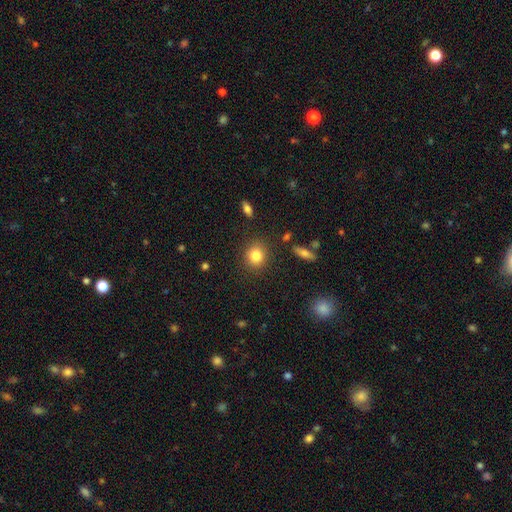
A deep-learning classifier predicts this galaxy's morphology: The model was most divided on "how rounded": round: 78%, in between: 21%, cigar-shaped: 1%. More confident: merging — none (86%); smooth or featured — smooth (83%).